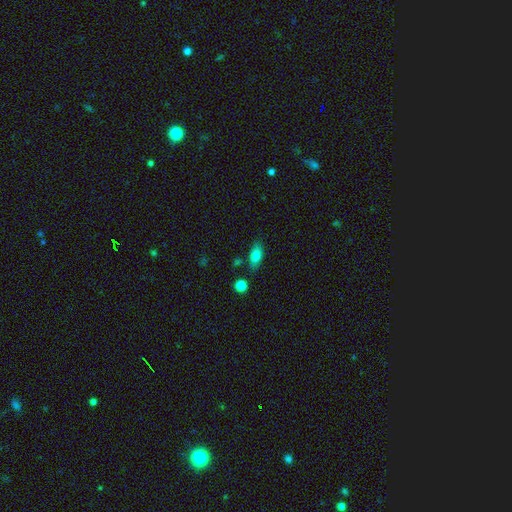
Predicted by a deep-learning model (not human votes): A smooth galaxy with no disk features (78%) that is in between round and cigar-shaped (82%). Merging: none (78%).